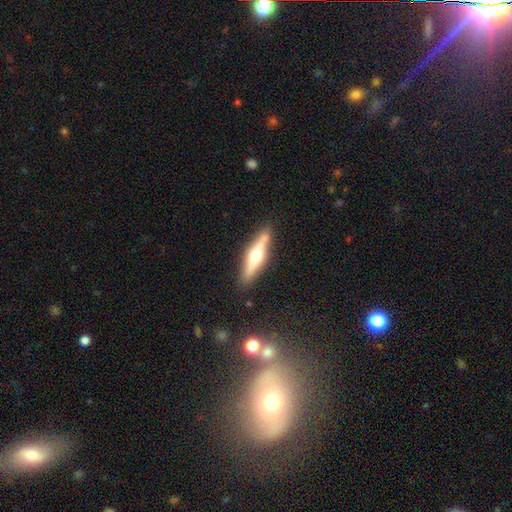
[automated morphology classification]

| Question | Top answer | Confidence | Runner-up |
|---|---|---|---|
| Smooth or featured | featured or disk | 58% | smooth (36%) |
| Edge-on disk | yes | 94% | no (6%) |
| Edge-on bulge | rounded | 89% | boxy (6%) |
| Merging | none | 82% | minor disturbance (12%) |